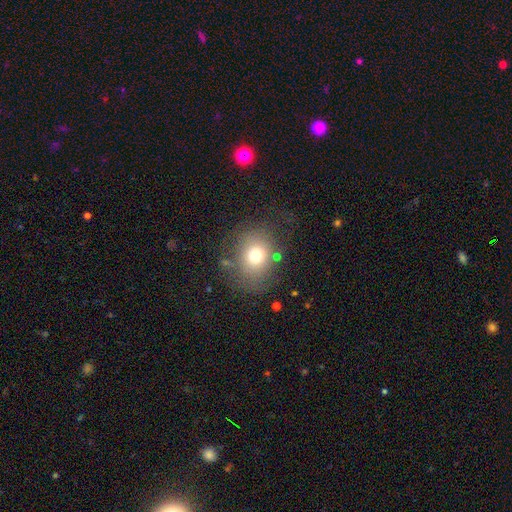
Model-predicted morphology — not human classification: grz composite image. It shows a smooth galaxy with no disk features (70%) that is round (68%). Merging: none (67%).